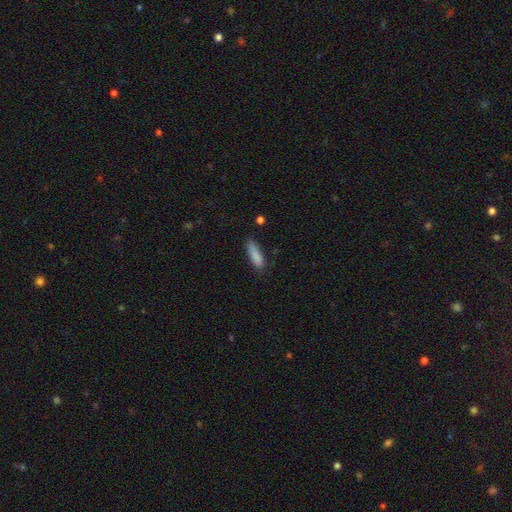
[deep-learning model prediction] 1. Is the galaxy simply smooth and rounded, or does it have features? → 87% smooth, 7% star or artifact, 6% featured or disk.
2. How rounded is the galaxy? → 56% cigar-shaped, 42% in between, 2% round.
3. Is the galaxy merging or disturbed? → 75% none, 19% minor disturbance, 4% major disturbance, 2% merger.